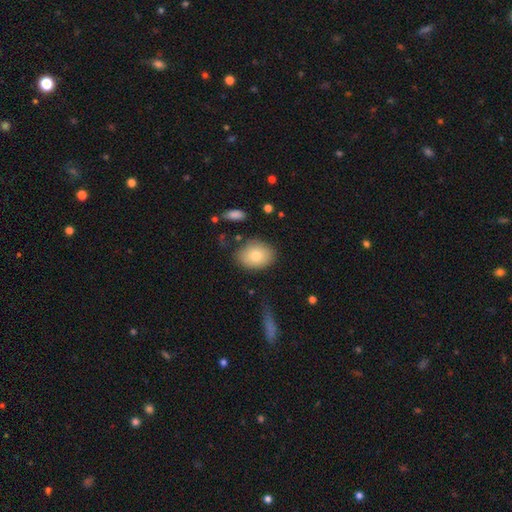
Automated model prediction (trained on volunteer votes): Smooth or featured: smooth — 77% (featured or disk — 15%)
How rounded: in between — 61% (round — 38%)
Merging: none — 78% (minor disturbance — 16%)